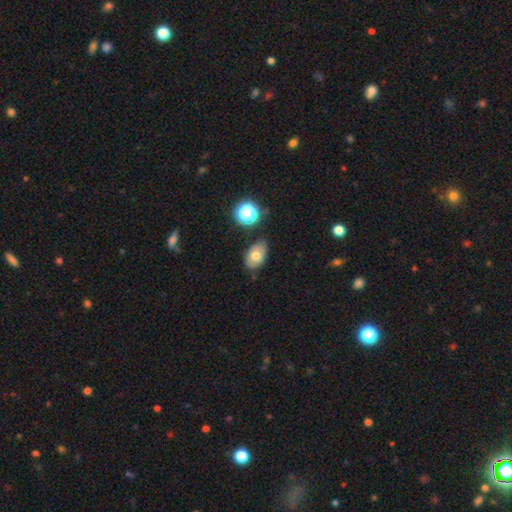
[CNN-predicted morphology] smooth 73%, featured or disk 16%, star or artifact 11%. Down the decision tree: how rounded — in between (86%); merging — none (76%).